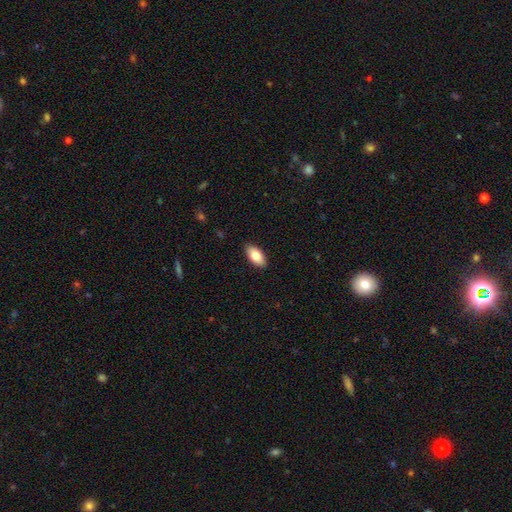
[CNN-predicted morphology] Smooth or featured?
  - smooth: 82% *
  - featured or disk: 12%
  - star or artifact: 6%
How rounded?
  - in between: 93% *
  - cigar-shaped: 4%
  - round: 3%
Merging?
  - none: 89% *
  - minor disturbance: 8%
  - major disturbance: 2%
  - merger: 1%